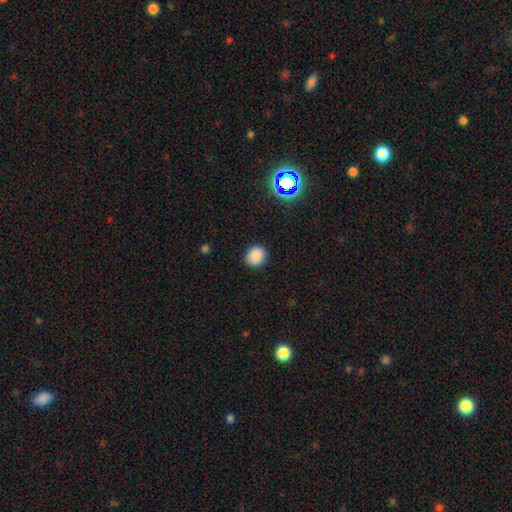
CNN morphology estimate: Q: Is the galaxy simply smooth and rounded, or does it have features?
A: smooth — 85%.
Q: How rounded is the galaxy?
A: round — 74%.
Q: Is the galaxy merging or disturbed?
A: none — 88%.